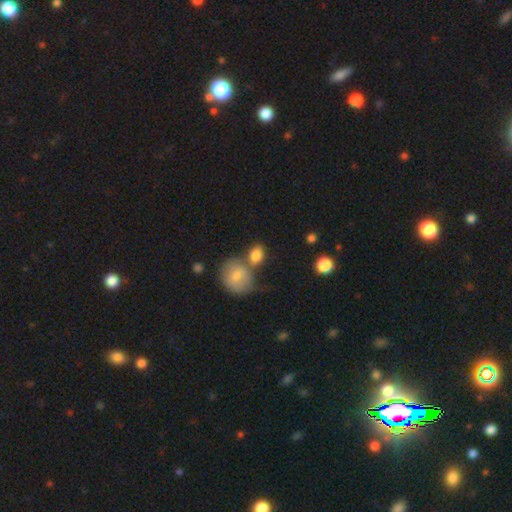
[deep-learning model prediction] A smooth galaxy with no disk features (82%) that is in between round and cigar-shaped (54%).

Vote fractions:
- Smooth or featured? smooth: 82% / featured or disk: 10% / star or artifact: 8%
- How rounded? in between: 54% / round: 44% / cigar-shaped: 2%
- Merging? none: 44% / merger: 36% / minor disturbance: 14% / major disturbance: 6%